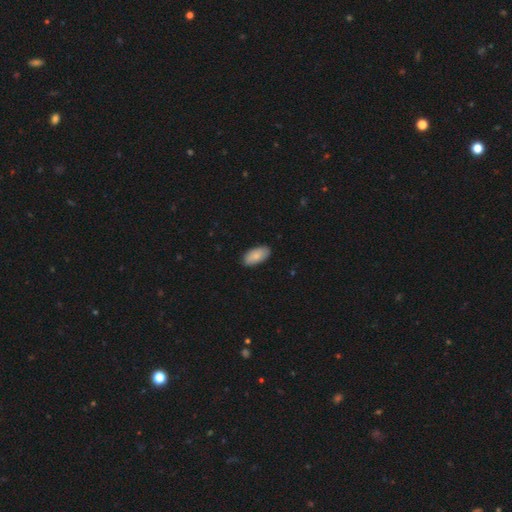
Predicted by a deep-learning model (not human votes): smooth_or_featured: smooth (p=0.84) [alt: featured or disk p=0.10]
how_rounded: in between (p=0.94) [alt: cigar-shaped p=0.04]
merging: none (p=0.86) [alt: minor disturbance p=0.11]